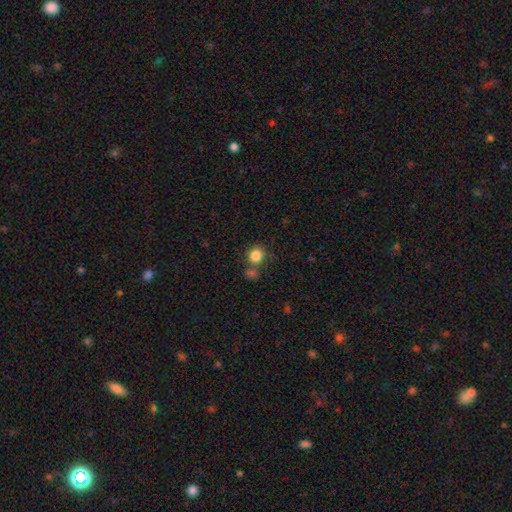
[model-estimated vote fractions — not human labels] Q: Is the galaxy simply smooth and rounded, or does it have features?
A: smooth — 84%.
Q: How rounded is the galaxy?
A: round — 79%.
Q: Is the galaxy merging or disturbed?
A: none — 64%.